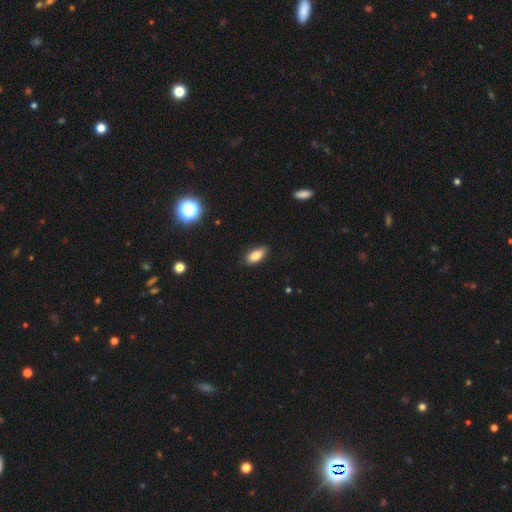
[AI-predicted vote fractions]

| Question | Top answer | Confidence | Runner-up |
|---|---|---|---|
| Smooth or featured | smooth | 82% | featured or disk (9%) |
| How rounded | in between | 87% | cigar-shaped (10%) |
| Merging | none | 84% | minor disturbance (13%) |